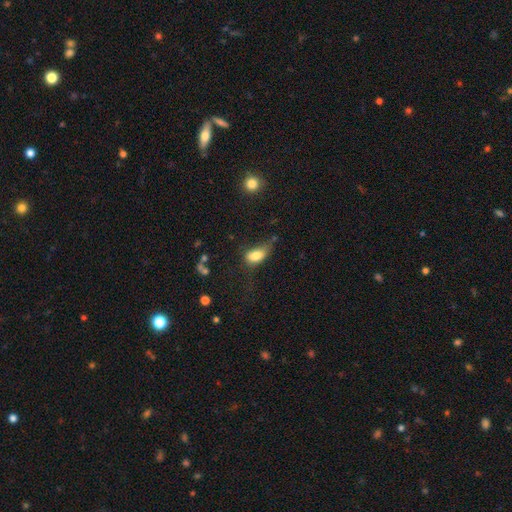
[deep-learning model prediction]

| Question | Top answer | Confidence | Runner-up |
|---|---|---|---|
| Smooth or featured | smooth | 79% | featured or disk (12%) |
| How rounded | in between | 87% | round (7%) |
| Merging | minor disturbance | 36% | none (32%) |